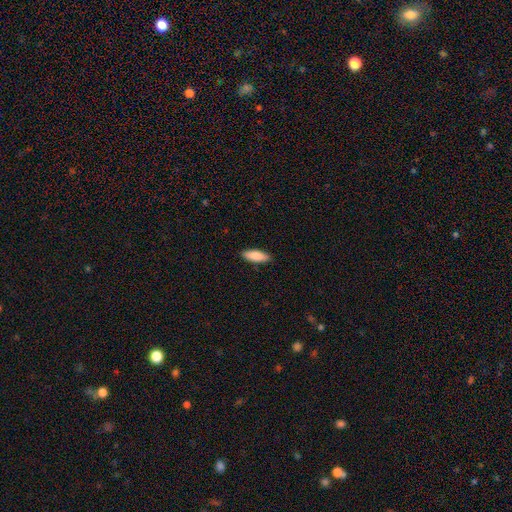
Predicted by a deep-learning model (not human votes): smooth 86%, featured or disk 9%, star or artifact 5%. Down the decision tree: how rounded — in between (64%); merging — none (89%).